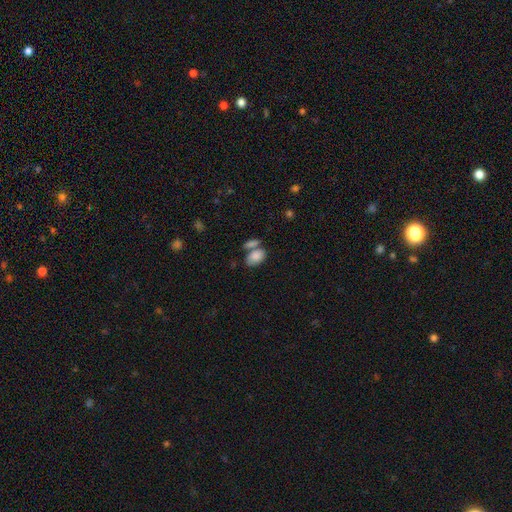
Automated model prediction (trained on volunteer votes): Smooth or featured: smooth — 85% (featured or disk — 8%)
How rounded: in between — 90% (round — 8%)
Merging: none — 42% (merger — 39%)